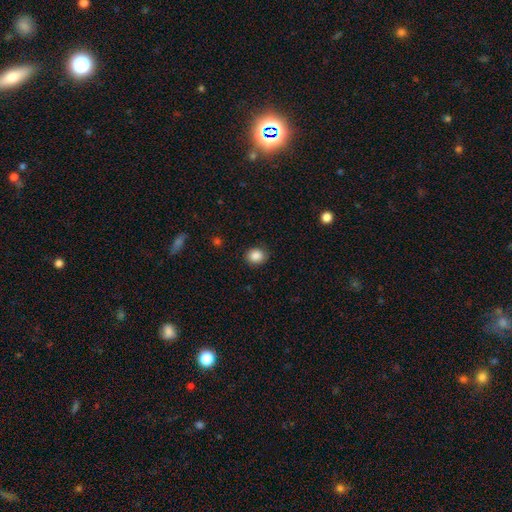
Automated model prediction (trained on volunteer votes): Morphology: type=smooth (87%); roundness=round (72%); merging=none (87%).